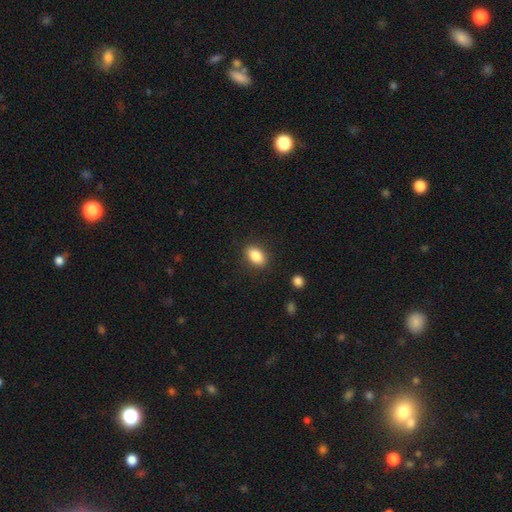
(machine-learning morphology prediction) smooth 86%, star or artifact 8%, featured or disk 7%. Down the decision tree: how rounded — in between (87%); merging — none (87%).